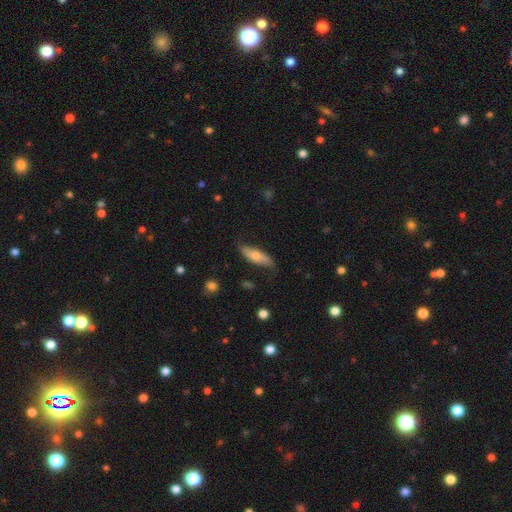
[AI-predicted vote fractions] The model was most divided on "how rounded": in between: 55%, cigar-shaped: 43%, round: 3%. More confident: merging — none (73%); smooth or featured — smooth (58%).